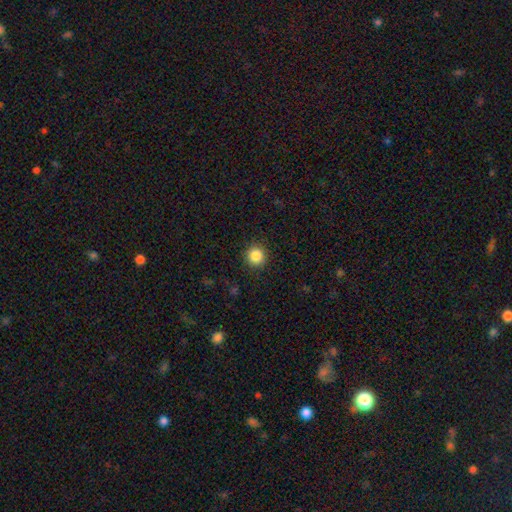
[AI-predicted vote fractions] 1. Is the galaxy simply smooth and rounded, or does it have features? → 86% smooth, 10% star or artifact, 4% featured or disk.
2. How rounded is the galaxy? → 94% round, 5% in between, 1% cigar-shaped.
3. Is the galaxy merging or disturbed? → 91% none, 6% minor disturbance, 2% major disturbance, 1% merger.